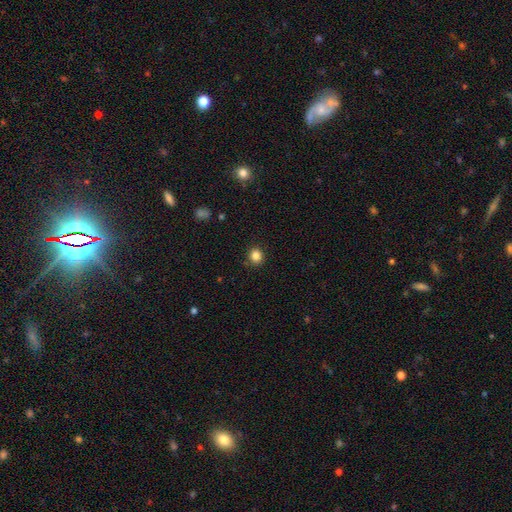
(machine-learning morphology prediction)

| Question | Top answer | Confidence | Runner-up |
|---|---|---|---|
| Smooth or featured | smooth | 84% | star or artifact (12%) |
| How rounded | round | 89% | in between (10%) |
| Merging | none | 90% | minor disturbance (7%) |